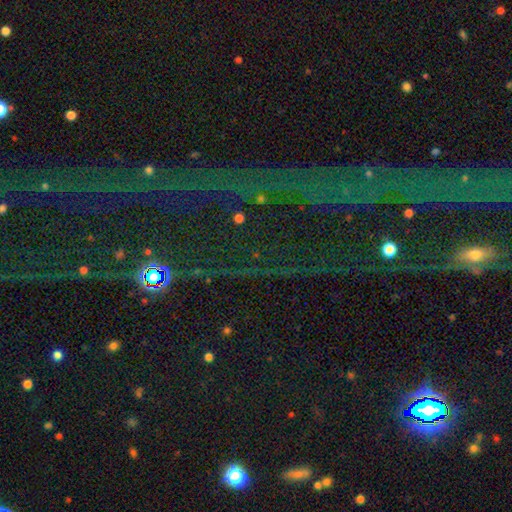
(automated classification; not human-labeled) A star or artifact, not a galaxy (80%).

Vote fractions:
- Smooth or featured? star or artifact: 80% / featured or disk: 10% / smooth: 10%